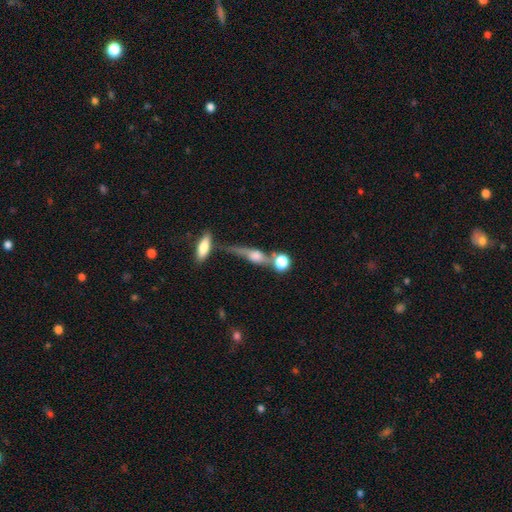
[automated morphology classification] Smooth or featured? Predicted: featured or disk (p=0.46). Merging? Predicted: none (p=0.43).